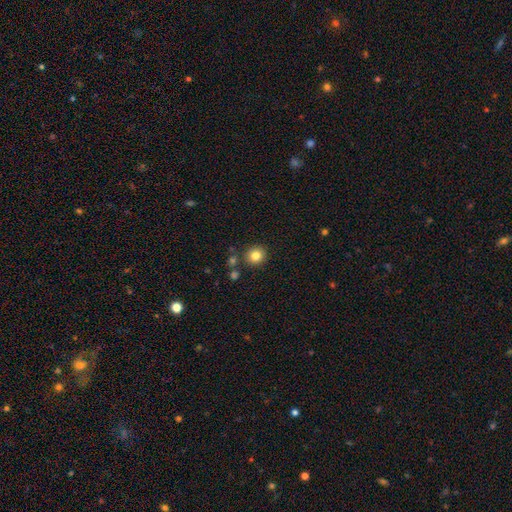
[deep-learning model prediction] The model was most divided on "smooth or featured": smooth: 83%, star or artifact: 11%, featured or disk: 6%. More confident: how rounded — round (88%); merging — none (85%).